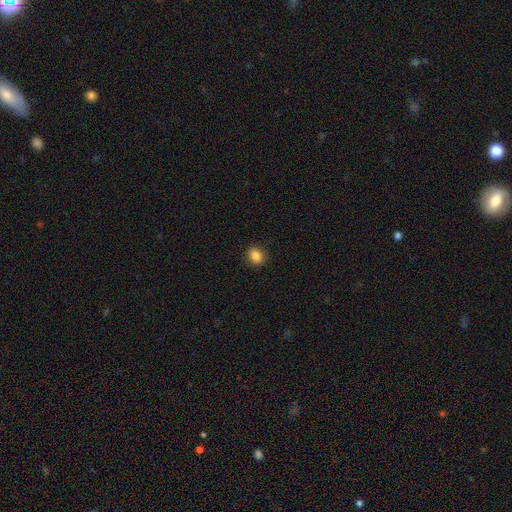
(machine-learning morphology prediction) Smooth or featured: smooth — 86% (star or artifact — 10%)
How rounded: round — 57% (in between — 42%)
Merging: none — 89% (minor disturbance — 8%)